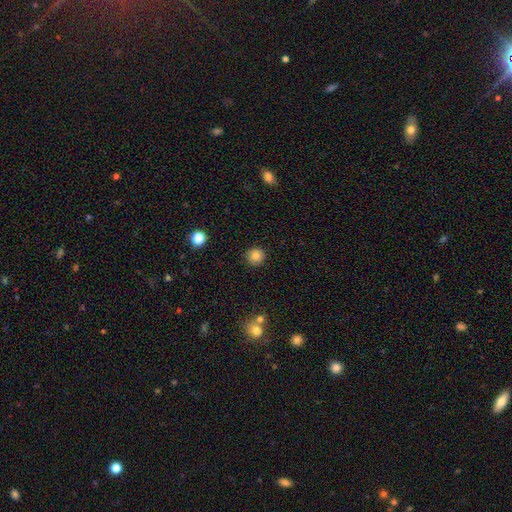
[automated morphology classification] smooth-or-featured: smooth: 82% | star or artifact: 11% | featured or disk: 7%
  how-rounded: round: 93% | in between: 6% | cigar-shaped: 1%
  merging: none: 91% | minor disturbance: 6% | major disturbance: 2% | merger: 1%